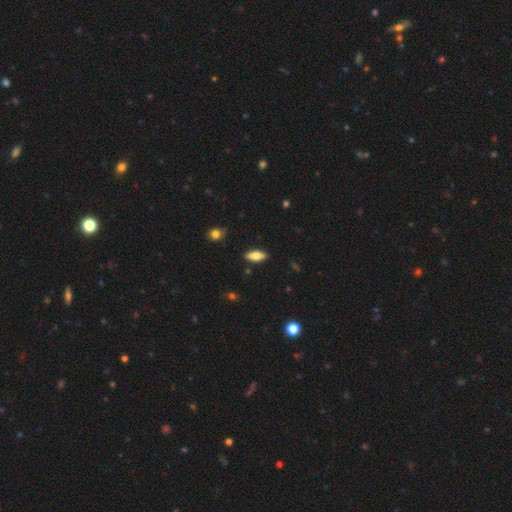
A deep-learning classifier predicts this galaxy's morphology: Overall: smooth (71%). How rounded: in between (74%). Merging: none (87%).